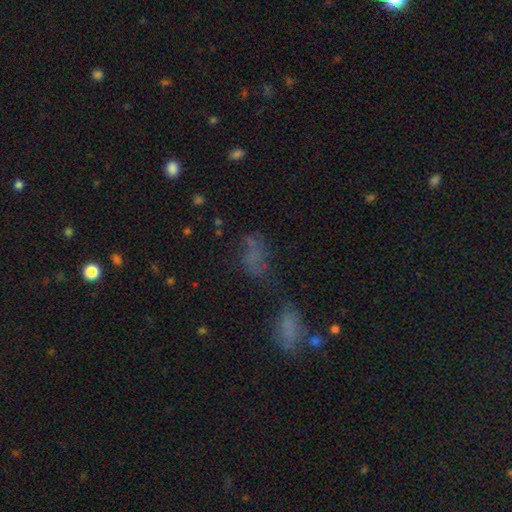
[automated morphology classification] smooth-or-featured: smooth: 55% | star or artifact: 25% | featured or disk: 20%
  how-rounded: in between: 78% | round: 13% | cigar-shaped: 9%
  merging: none: 36% | major disturbance: 24% | merger: 22% | minor disturbance: 18%